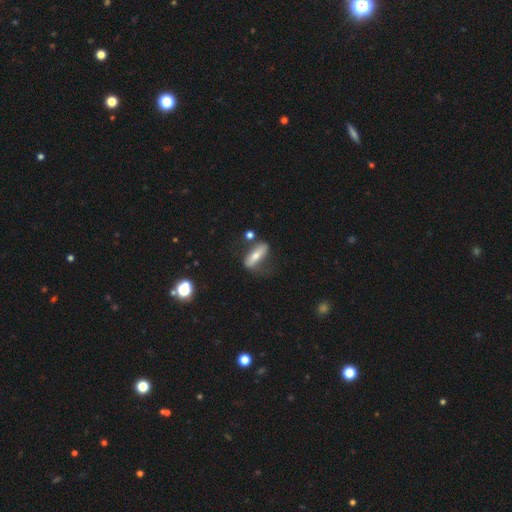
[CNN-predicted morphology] type=smooth (55%); roundness=cigar-shaped (51%); merging=none (49%).